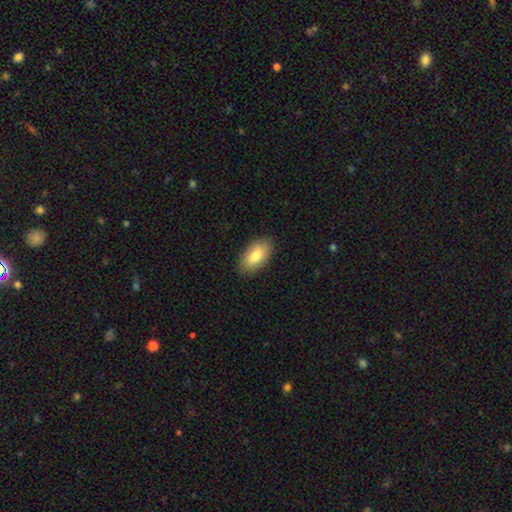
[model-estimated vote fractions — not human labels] Smooth or featured? Predicted: smooth (p=0.82). How rounded? Predicted: in between (p=0.93). Merging? Predicted: none (p=0.88).